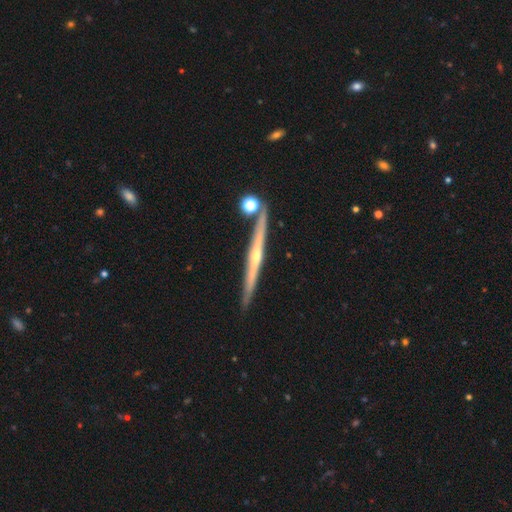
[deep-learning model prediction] The model was most divided on "edge-on bulge": rounded: 70%, none: 26%, boxy: 4%. More confident: edge-on disk — yes (98%); merging — none (86%); smooth or featured — featured or disk (79%).